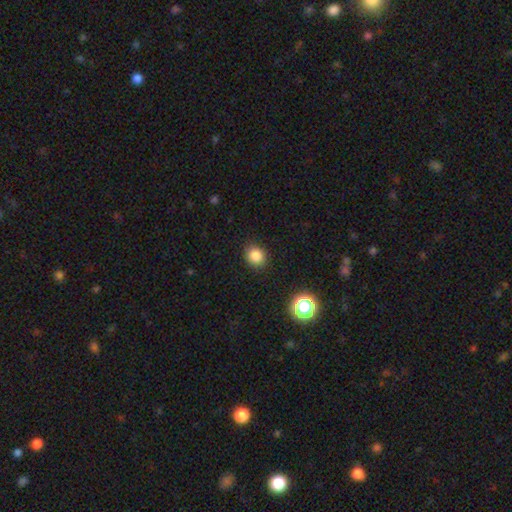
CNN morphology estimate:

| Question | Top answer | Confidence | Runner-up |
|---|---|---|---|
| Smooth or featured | smooth | 84% | star or artifact (12%) |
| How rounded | round | 76% | in between (23%) |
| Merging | none | 88% | minor disturbance (8%) |